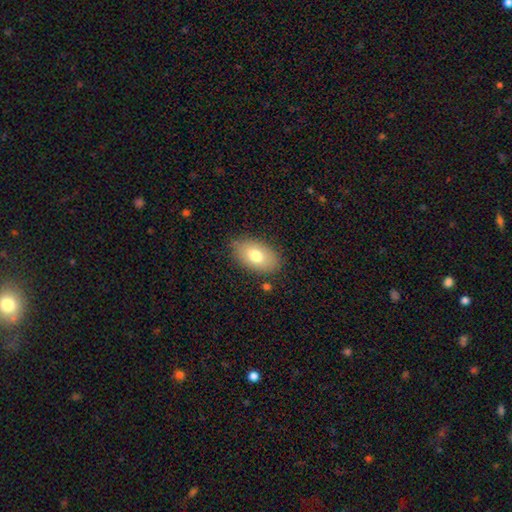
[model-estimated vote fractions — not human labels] Smooth or featured: smooth — 75% (featured or disk — 17%)
How rounded: in between — 92% (round — 6%)
Merging: none — 81% (minor disturbance — 13%)